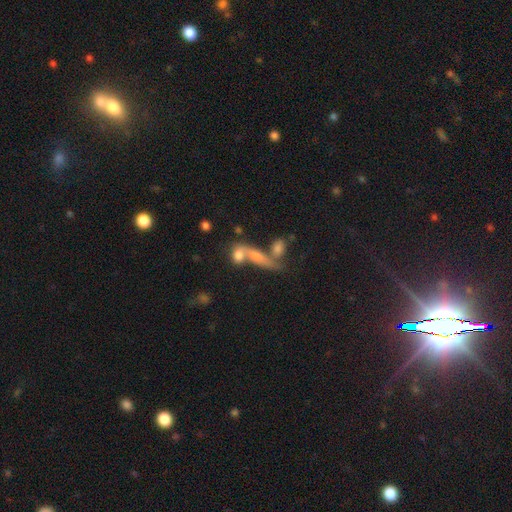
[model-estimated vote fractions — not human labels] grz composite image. It shows a smooth galaxy with no disk features (46%). Merging: merger (50%).